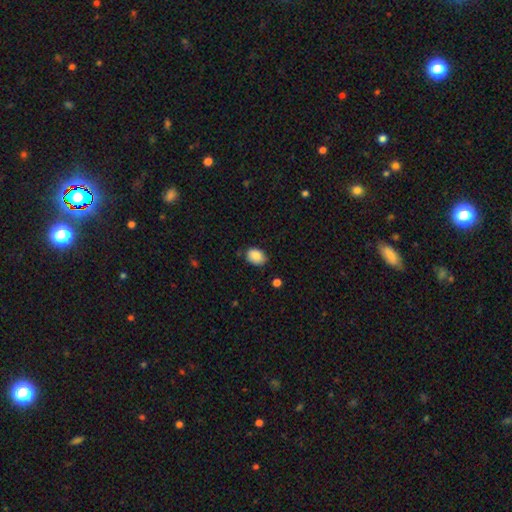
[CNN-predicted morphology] Smooth or featured?
  - smooth: 87% *
  - star or artifact: 8%
  - featured or disk: 5%
How rounded?
  - in between: 72% *
  - round: 27%
  - cigar-shaped: 1%
Merging?
  - none: 77% *
  - minor disturbance: 18%
  - major disturbance: 3%
  - merger: 2%